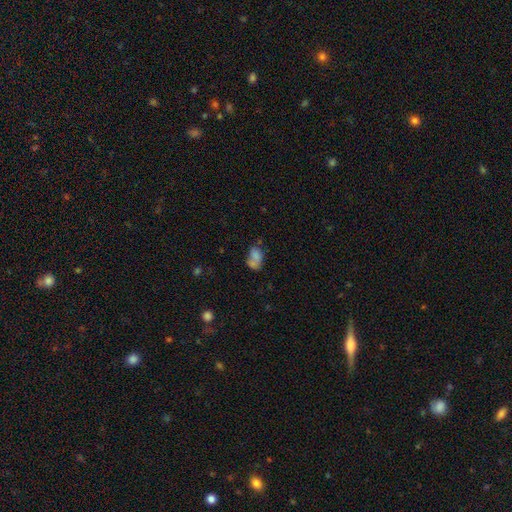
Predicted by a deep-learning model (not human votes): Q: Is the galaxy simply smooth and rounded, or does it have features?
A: smooth — 68%.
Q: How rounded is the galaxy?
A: in between — 81%.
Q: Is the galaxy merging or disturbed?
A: merger — 40%.